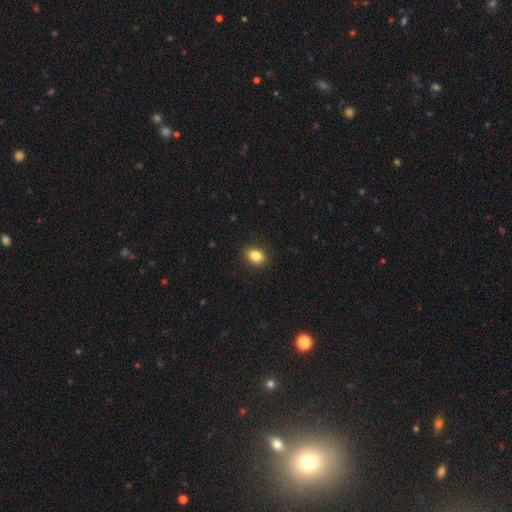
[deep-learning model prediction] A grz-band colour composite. It shows a smooth galaxy with no disk features (84%) that is in between round and cigar-shaped (75%). Merging: none (87%).